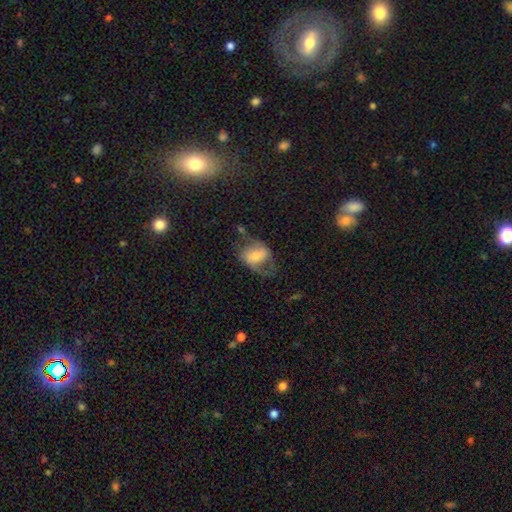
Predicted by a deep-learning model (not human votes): featured or disk 58%, smooth 33%, star or artifact 9%. Down the decision tree: edge-on disk — no (96%); bar — weak (41%); spiral arms — yes (83%); bulge size — moderate (49%); merging — none (53%).